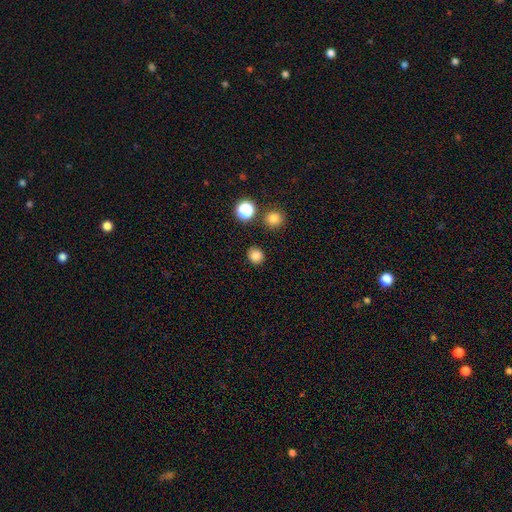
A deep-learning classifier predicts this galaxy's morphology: Smooth or featured: smooth — 82% (star or artifact — 14%)
How rounded: round — 88% (in between — 11%)
Merging: none — 88% (minor disturbance — 8%)